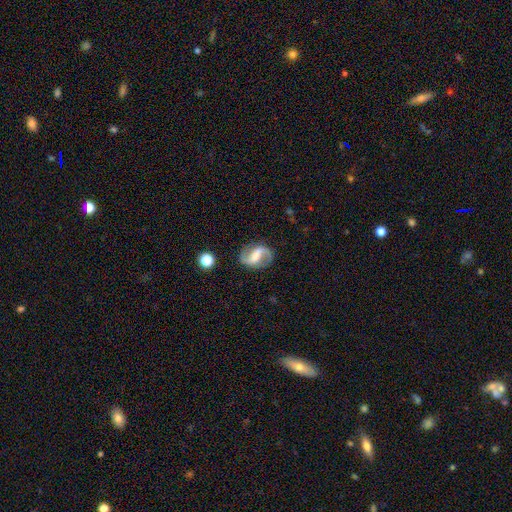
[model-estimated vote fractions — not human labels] A featured or disk galaxy (83%) with a strong bar (41%, tied with weak), 2 (93%) loose (45%) spiral arms (95%) and a moderate central bulge (30%). Merging: none (81%).